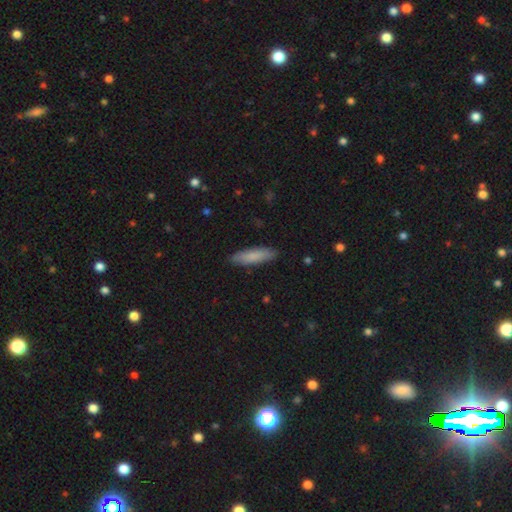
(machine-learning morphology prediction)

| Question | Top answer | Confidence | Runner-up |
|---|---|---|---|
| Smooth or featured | smooth | 82% | featured or disk (13%) |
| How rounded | cigar-shaped | 65% | in between (34%) |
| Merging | none | 87% | minor disturbance (10%) |